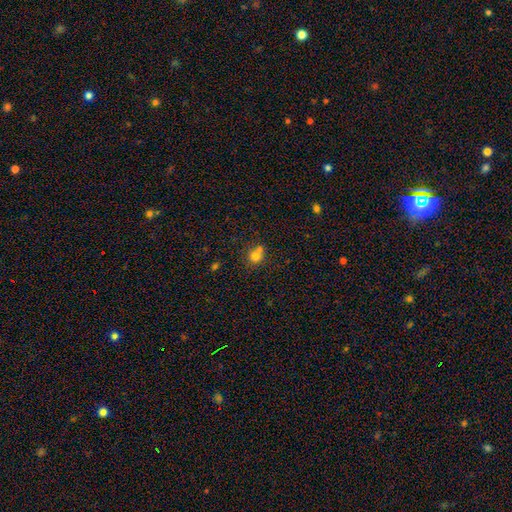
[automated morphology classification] Smooth or featured? smooth (74%)
How rounded? round (82%)
Merging? merger (47%)